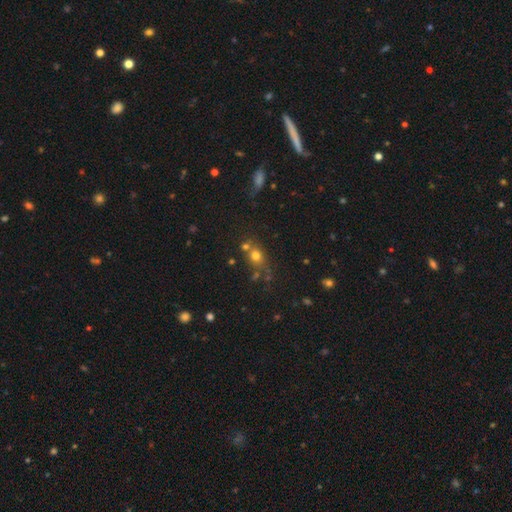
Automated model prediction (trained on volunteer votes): Smooth or featured?
  - smooth: 70% *
  - star or artifact: 18%
  - featured or disk: 12%
How rounded?
  - round: 68% *
  - in between: 31%
  - cigar-shaped: 2%
Merging?
  - none: 56% *
  - merger: 25%
  - minor disturbance: 13%
  - major disturbance: 6%